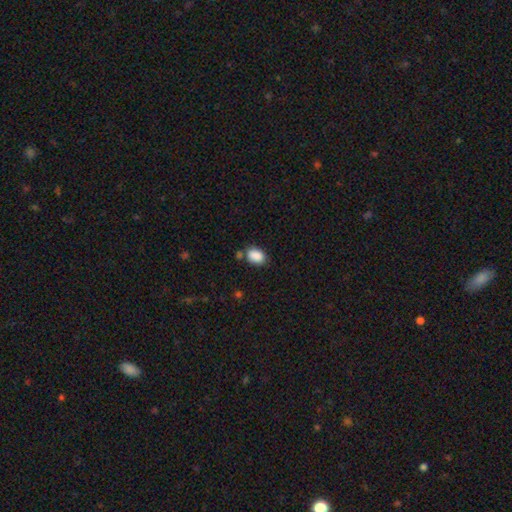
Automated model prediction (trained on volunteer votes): Smooth or featured?
  - smooth: 88% *
  - star or artifact: 8%
  - featured or disk: 4%
How rounded?
  - in between: 79% *
  - round: 20%
  - cigar-shaped: 1%
Merging?
  - none: 70% *
  - minor disturbance: 17%
  - merger: 9%
  - major disturbance: 4%